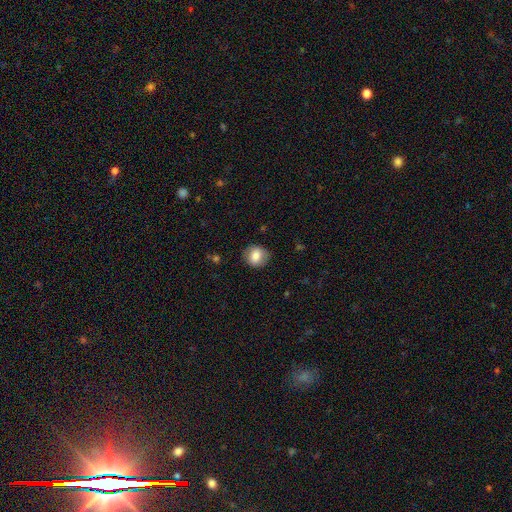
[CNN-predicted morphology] smooth 80%, featured or disk 12%, star or artifact 8%. Down the decision tree: how rounded — round (74%); merging — none (83%).